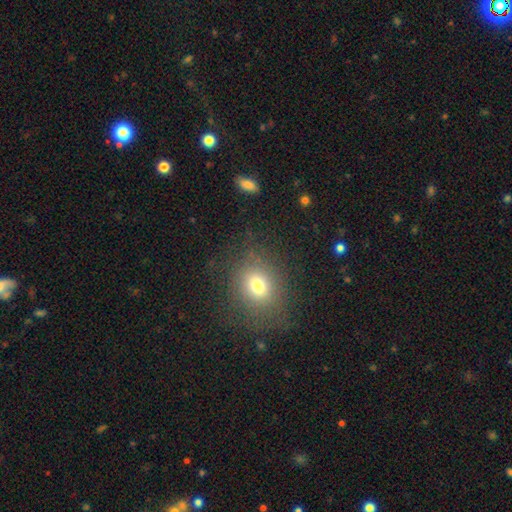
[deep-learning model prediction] The model was most divided on "how rounded": round: 68%, in between: 31%, cigar-shaped: 1%. More confident: merging — none (87%); smooth or featured — smooth (68%).